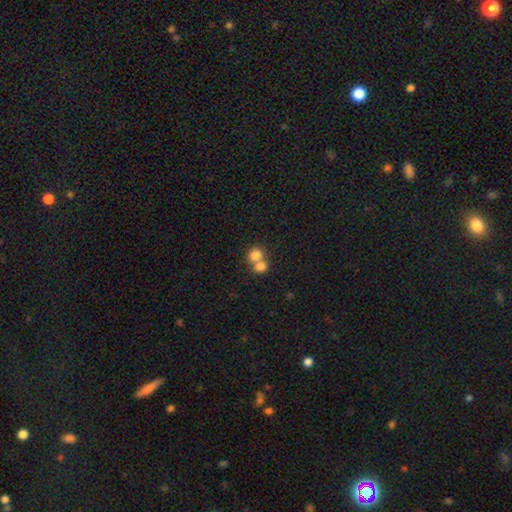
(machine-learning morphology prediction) smooth 79%, featured or disk 10%, star or artifact 10%. Down the decision tree: how rounded — round (76%); merging — merger (59%).